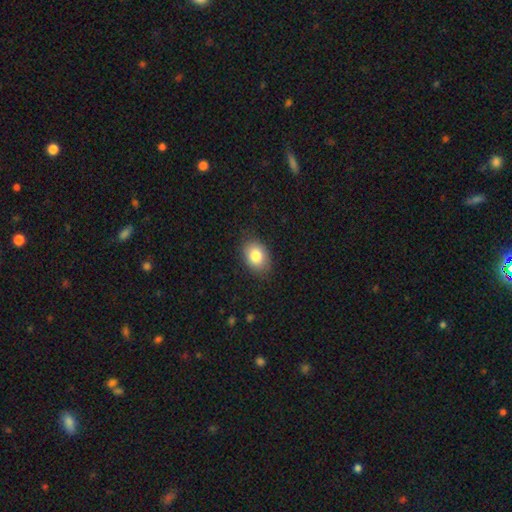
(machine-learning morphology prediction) Overall: smooth (83%). How rounded: in between (72%). Merging: none (85%).